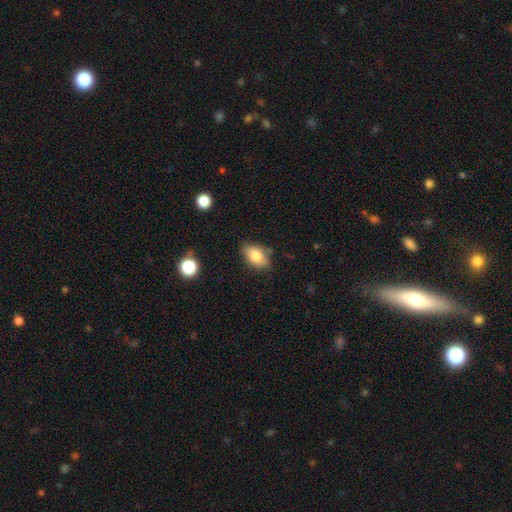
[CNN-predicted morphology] This is likely a smooth galaxy (79%). How rounded: clearly in between (87%). Merging: likely none (75%).